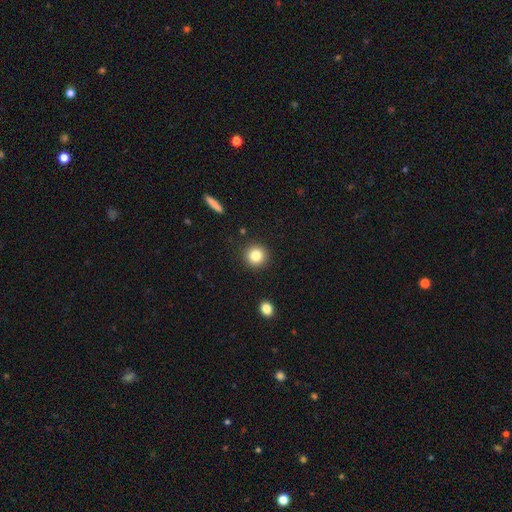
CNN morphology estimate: smooth_or_featured: smooth (p=0.83) [alt: star or artifact p=0.11]
how_rounded: round (p=0.94) [alt: in between p=0.05]
merging: none (p=0.91) [alt: minor disturbance p=0.06]